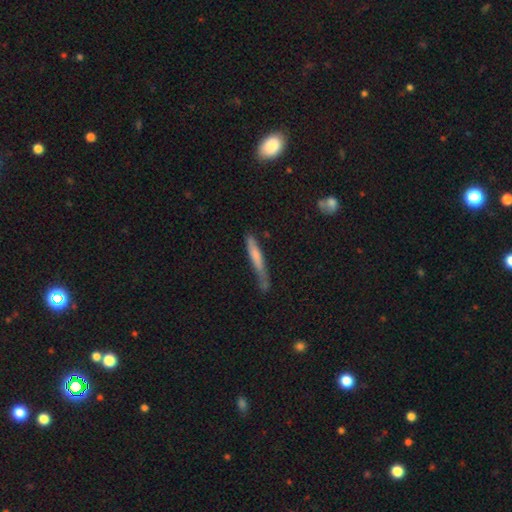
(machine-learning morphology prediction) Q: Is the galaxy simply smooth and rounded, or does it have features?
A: smooth — 63%.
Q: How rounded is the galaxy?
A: cigar-shaped — 94%.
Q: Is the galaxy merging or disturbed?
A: none — 56%.